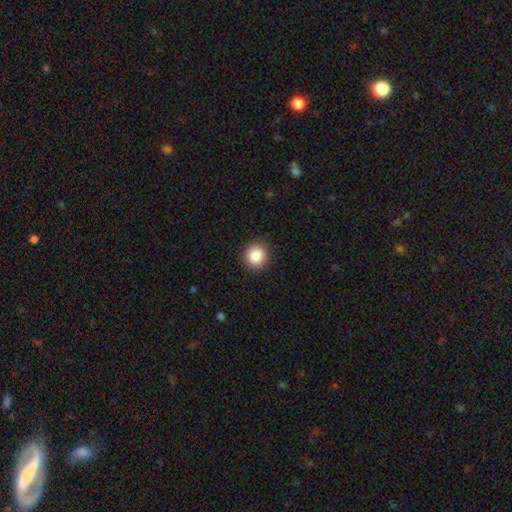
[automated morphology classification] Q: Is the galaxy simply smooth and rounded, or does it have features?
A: smooth — 87%.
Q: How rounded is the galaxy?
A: round — 89%.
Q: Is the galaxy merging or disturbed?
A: none — 91%.